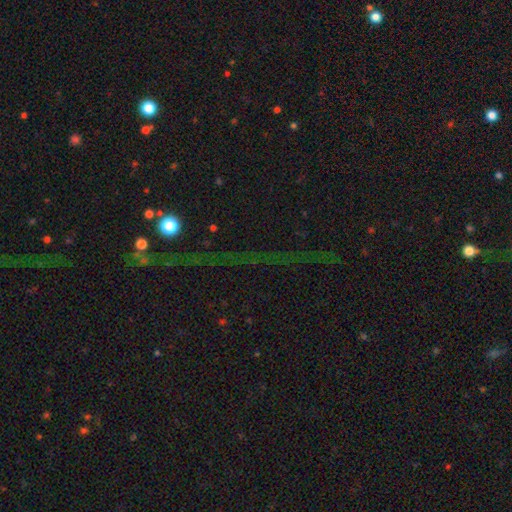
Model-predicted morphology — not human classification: A star or artifact, not a galaxy (74%).

Vote fractions:
- Smooth or featured? star or artifact: 74% / smooth: 14% / featured or disk: 12%